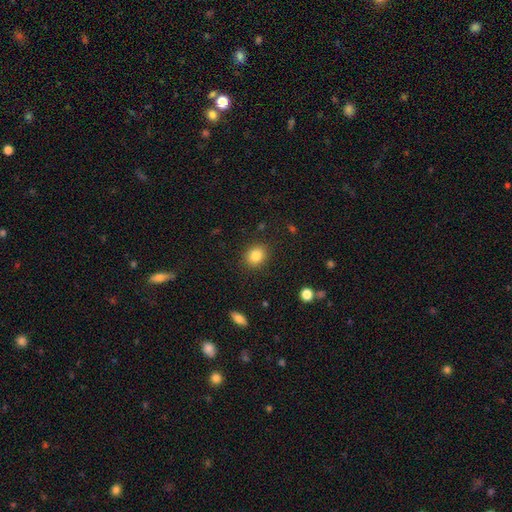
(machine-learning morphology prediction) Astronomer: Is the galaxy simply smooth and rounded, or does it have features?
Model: smooth — 84%.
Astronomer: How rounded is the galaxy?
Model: round — 64%.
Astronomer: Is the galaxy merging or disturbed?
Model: none — 88%.